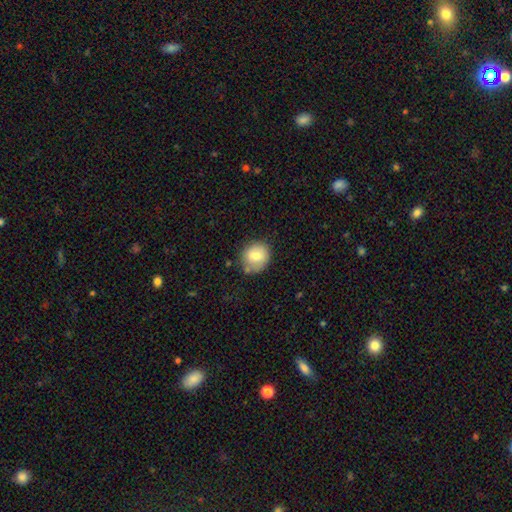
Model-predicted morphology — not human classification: Smooth or featured? Predicted: smooth (p=0.77). How rounded? Predicted: round (p=0.78). Merging? Predicted: none (p=0.71).